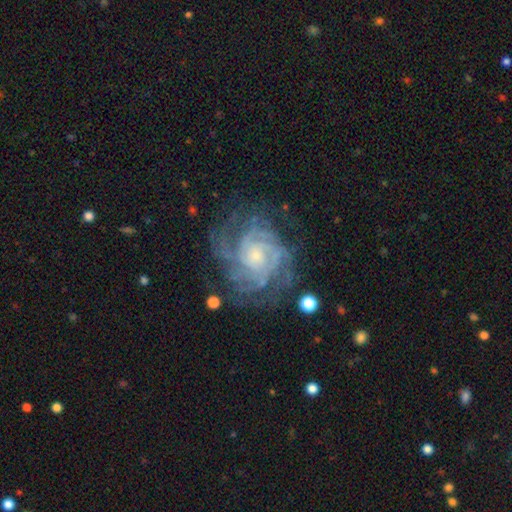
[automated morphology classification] A featured or disk galaxy (87%) with no bar (74%), tight (70%) spiral arms (97%) and a small central bulge (71%).

Vote fractions:
- Smooth or featured? featured or disk: 87% / star or artifact: 7% / smooth: 6%
- Edge-on disk? no: 98% / yes: 2%
- Bar? no: 74% / weak: 22% / strong: 5%
- Spiral arms? yes: 97% / no: 3%
- Spiral winding? tight: 70% / medium: 25% / loose: 5%
- Spiral arm count? can't tell: 28% / 4: 24% / 3: 16% / more than 4: 15% / 2: 10% / 1: 7%
- Bulge size? small: 71% / moderate: 22% / none: 4% / large: 2% / dominant: 1%
- Merging? none: 71% / minor disturbance: 18% / major disturbance: 10% / merger: 2%